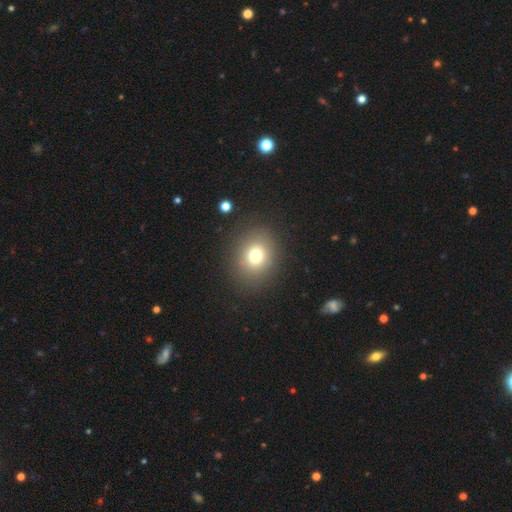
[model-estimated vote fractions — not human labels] Smooth or featured: smooth — 75% (star or artifact — 14%)
How rounded: round — 67% (in between — 32%)
Merging: none — 86% (minor disturbance — 8%)